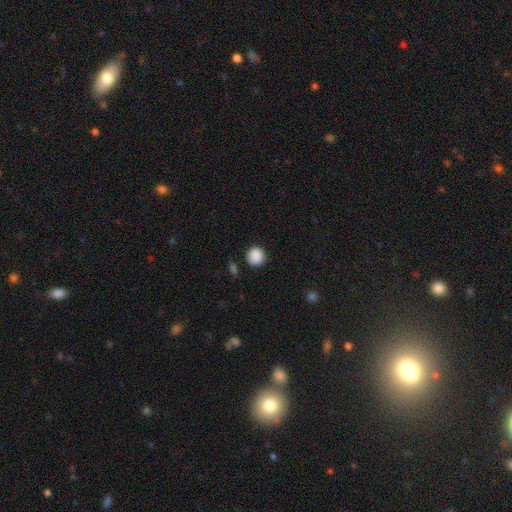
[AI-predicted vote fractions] A smooth galaxy with no disk features (89%) that is round (93%). Merging: none (88%).